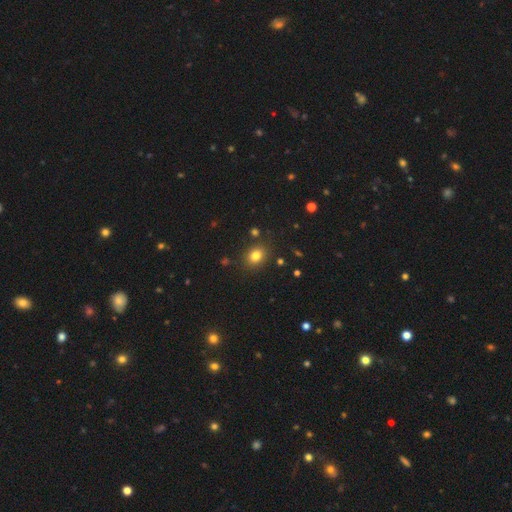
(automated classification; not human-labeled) Smooth or featured?
  - smooth: 80% *
  - star or artifact: 13%
  - featured or disk: 7%
How rounded?
  - in between: 50% *
  - round: 49%
  - cigar-shaped: 1%
Merging?
  - none: 84% *
  - minor disturbance: 10%
  - merger: 3%
  - major disturbance: 3%